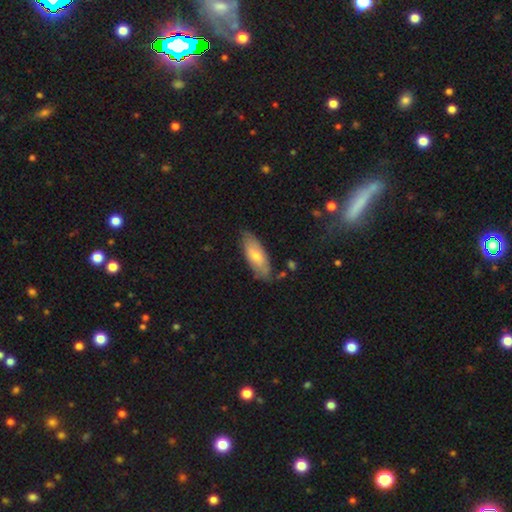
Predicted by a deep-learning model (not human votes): Smooth or featured?
  - smooth: 64% *
  - featured or disk: 30%
  - star or artifact: 6%
How rounded?
  - in between: 71% *
  - cigar-shaped: 27%
  - round: 2%
Merging?
  - none: 77% *
  - minor disturbance: 18%
  - major disturbance: 3%
  - merger: 2%